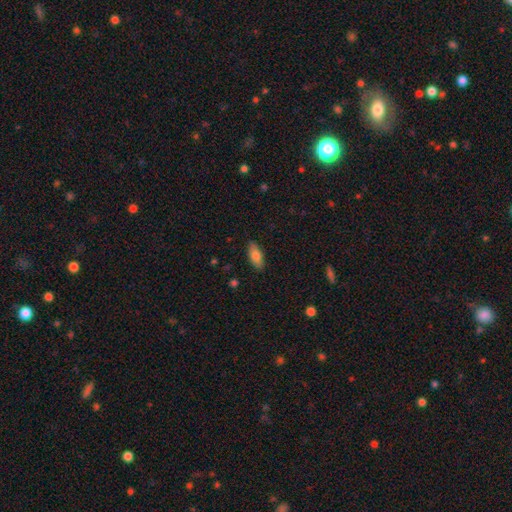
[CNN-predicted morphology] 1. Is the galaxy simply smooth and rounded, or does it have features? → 79% smooth, 14% featured or disk, 7% star or artifact.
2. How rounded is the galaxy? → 78% in between, 20% cigar-shaped, 2% round.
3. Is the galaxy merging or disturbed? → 87% none, 10% minor disturbance, 2% major disturbance, 1% merger.